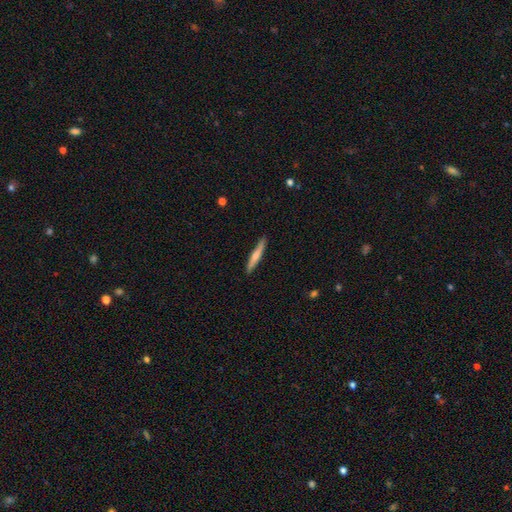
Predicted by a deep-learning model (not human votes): This appears to be a smooth galaxy with no disk features (58%) that is cigar-shaped (94%). Merging: none (89%).